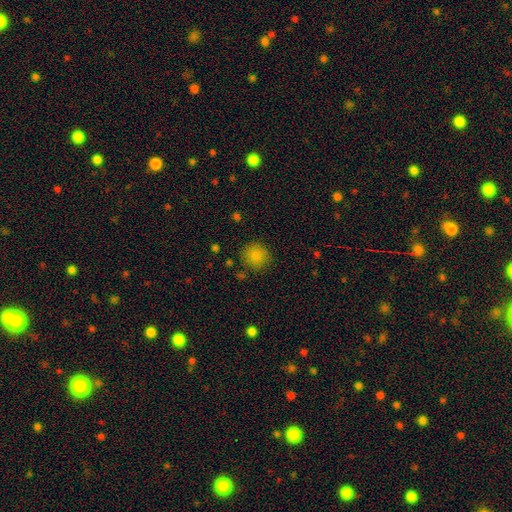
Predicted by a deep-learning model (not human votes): Overall: smooth (84%). How rounded: round (91%). Merging: none (86%).